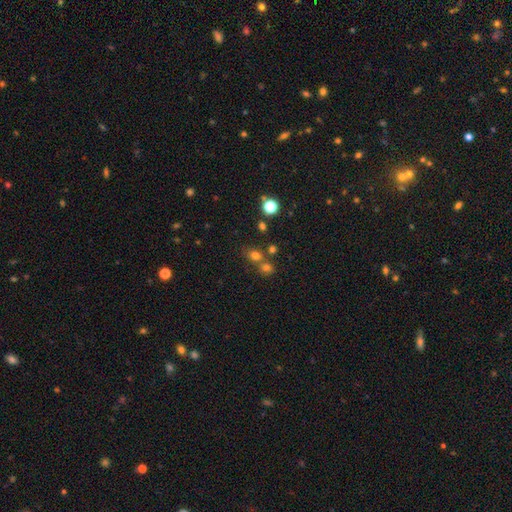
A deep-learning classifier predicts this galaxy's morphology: Smooth or featured? smooth (69%)
How rounded? round (68%)
Merging? none (54%)